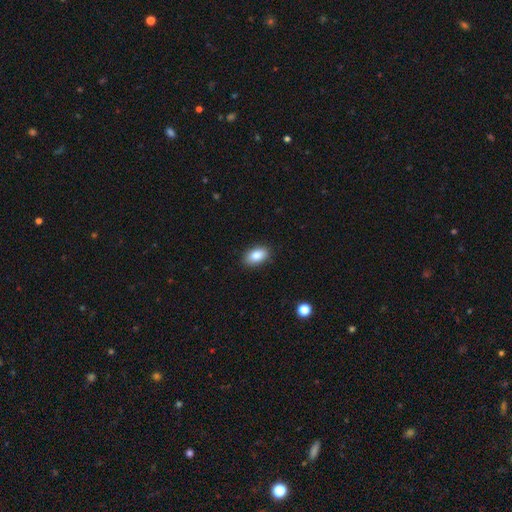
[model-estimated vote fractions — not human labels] This appears to be a smooth galaxy with no disk features (85%) that is in between round and cigar-shaped (91%). Merging: none (89%).